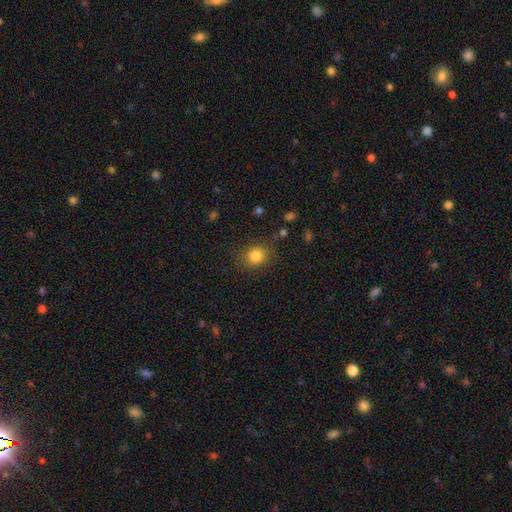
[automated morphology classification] smooth_or_featured: smooth (p=0.83) [alt: star or artifact p=0.11]
how_rounded: round (p=0.75) [alt: in between p=0.24]
merging: none (p=0.82) [alt: minor disturbance p=0.12]